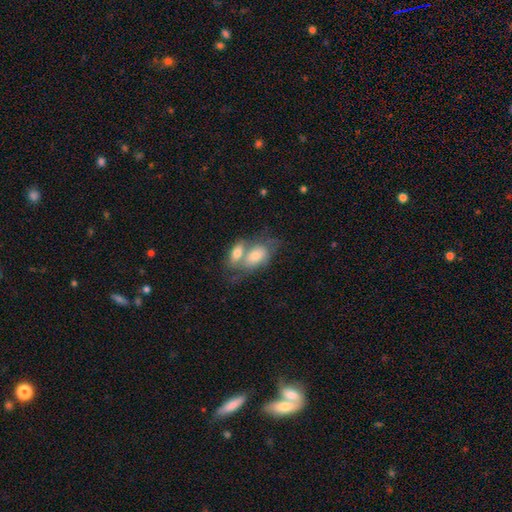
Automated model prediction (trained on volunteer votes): smooth-or-featured: smooth: 69% | featured or disk: 25% | star or artifact: 6%
  how-rounded: in between: 89% | round: 7% | cigar-shaped: 3%
  merging: merger: 65% | none: 18% | minor disturbance: 10% | major disturbance: 7%